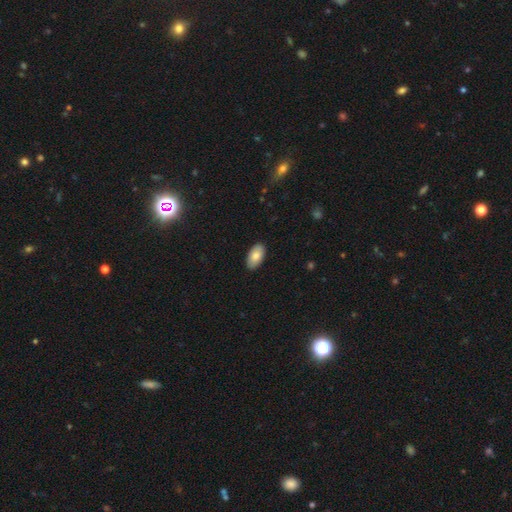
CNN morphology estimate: Smooth or featured?
  - smooth: 83% *
  - featured or disk: 11%
  - star or artifact: 6%
How rounded?
  - in between: 95% *
  - round: 3%
  - cigar-shaped: 2%
Merging?
  - none: 90% *
  - minor disturbance: 8%
  - major disturbance: 2%
  - merger: 1%